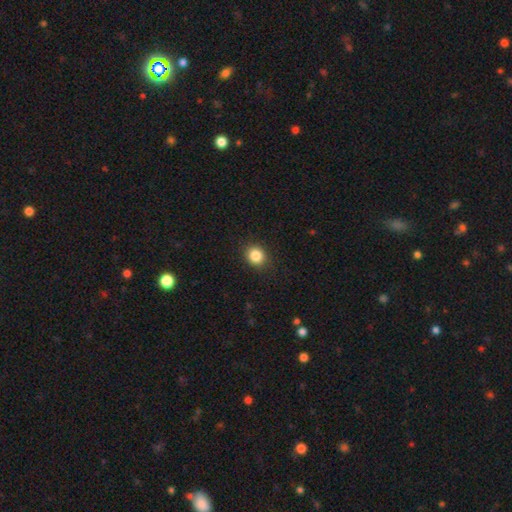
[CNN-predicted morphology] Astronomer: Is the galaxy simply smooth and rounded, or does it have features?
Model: smooth — 85%.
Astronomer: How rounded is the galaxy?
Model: round — 76%.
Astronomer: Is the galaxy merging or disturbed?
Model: none — 89%.